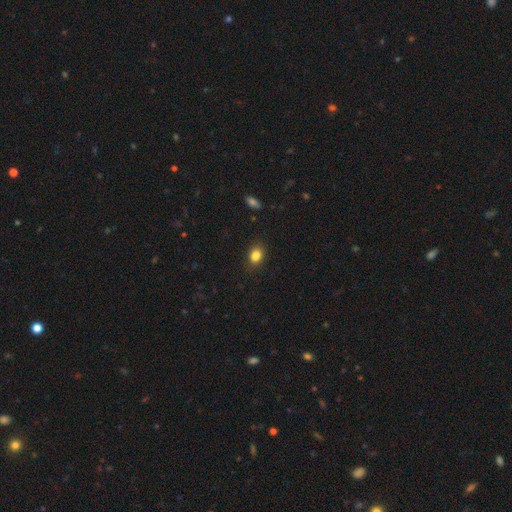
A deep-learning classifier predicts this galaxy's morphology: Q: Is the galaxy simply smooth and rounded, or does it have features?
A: smooth — 85%.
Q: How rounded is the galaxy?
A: in between — 66%.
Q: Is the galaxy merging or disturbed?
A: none — 84%.